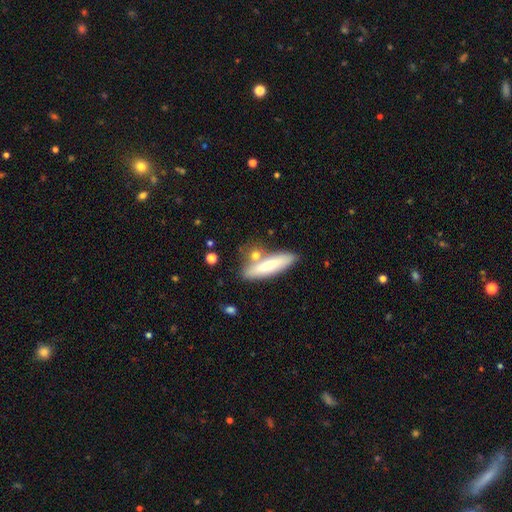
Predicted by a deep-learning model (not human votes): Smooth or featured?
  - smooth: 66% *
  - featured or disk: 27%
  - star or artifact: 7%
How rounded?
  - cigar-shaped: 65% *
  - in between: 30%
  - round: 5%
Merging?
  - none: 68% *
  - merger: 15%
  - minor disturbance: 13%
  - major disturbance: 4%